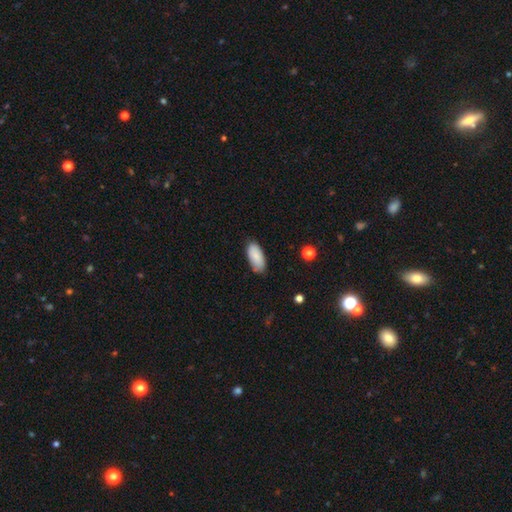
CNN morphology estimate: smooth_or_featured: smooth (p=0.87) [alt: featured or disk p=0.06]
how_rounded: in between (p=0.90) [alt: cigar-shaped p=0.08]
merging: none (p=0.80) [alt: minor disturbance p=0.16]